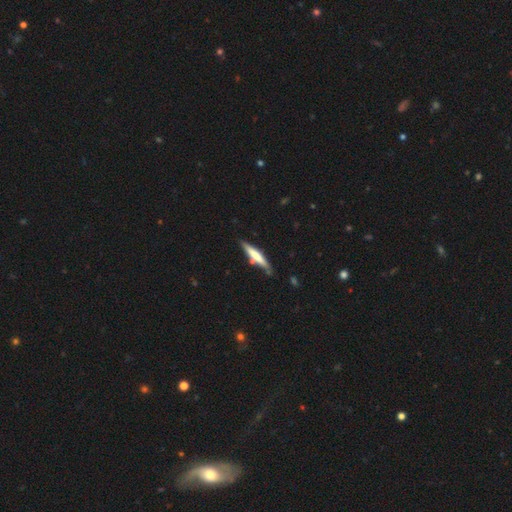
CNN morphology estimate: Smooth or featured? smooth (52%)
How rounded? cigar-shaped (89%)
Merging? none (75%)